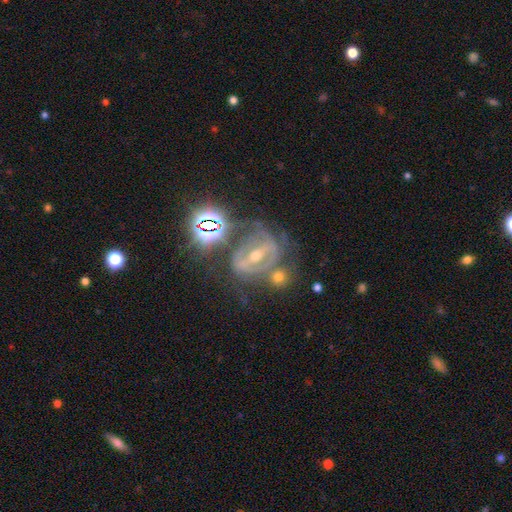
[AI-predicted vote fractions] Smooth or featured? featured or disk (76%)
Edge-on disk? no (94%)
Bar? strong (66%)
Spiral arms? yes (79%)
Spiral winding? tight (49%)
Spiral arm count? 2 (48%)
Bulge size? moderate (56%)
Merging? none (52%)